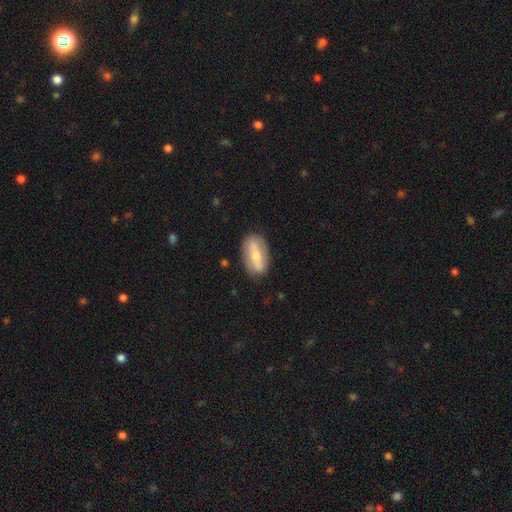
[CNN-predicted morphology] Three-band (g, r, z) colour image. It shows a smooth galaxy with no disk features (50%). Merging: none (83%).